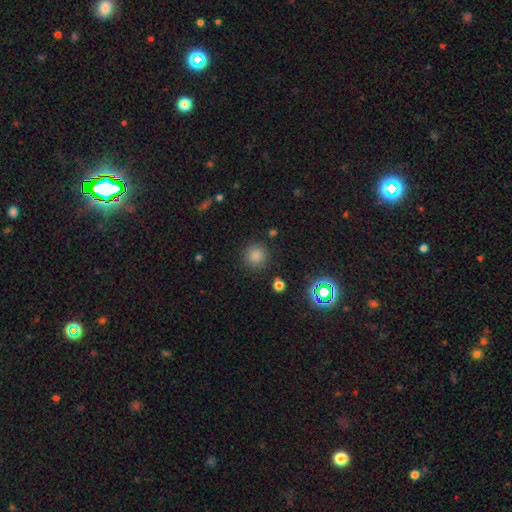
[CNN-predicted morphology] The model was most divided on "smooth or featured": smooth: 81%, star or artifact: 15%, featured or disk: 4%. More confident: how rounded — round (92%); merging — none (86%).